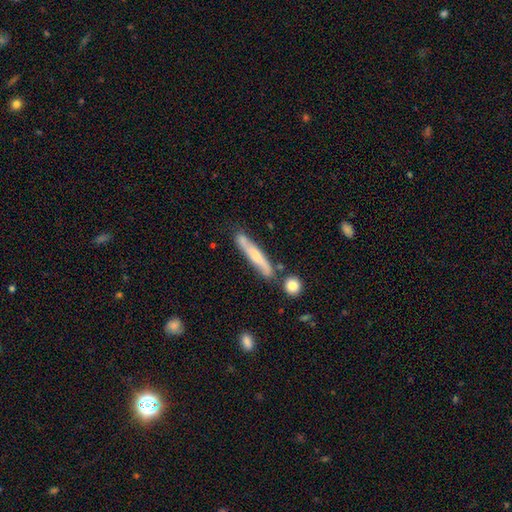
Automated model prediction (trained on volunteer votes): Smooth or featured: smooth — 49% (featured or disk — 45%)
Merging: none — 71% (minor disturbance — 17%)